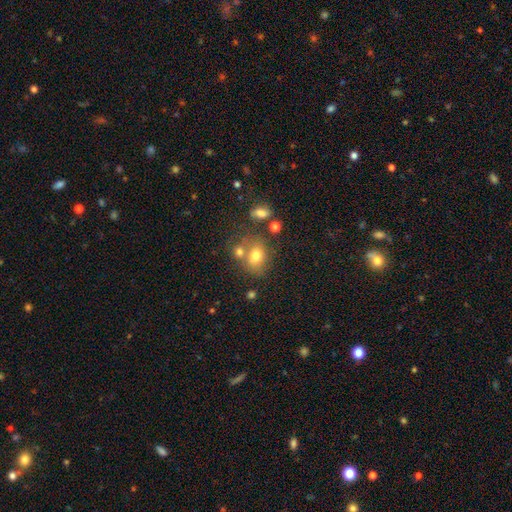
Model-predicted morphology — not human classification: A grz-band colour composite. It shows a smooth galaxy with no disk features (73%) that is round (50%). Merging: none (53%).